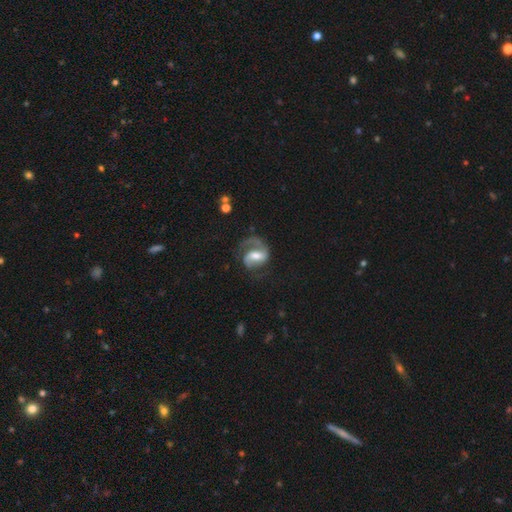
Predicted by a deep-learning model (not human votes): Smooth or featured? Predicted: featured or disk (p=0.83). Edge-on disk? Predicted: no (p=0.98). Bar? Predicted: weak (p=0.45). Spiral arms? Predicted: yes (p=0.95). Spiral winding? Predicted: medium (p=0.53). Spiral arm count? Predicted: 2 (p=0.71). Bulge size? Predicted: moderate (p=0.56). Merging? Predicted: none (p=0.60).